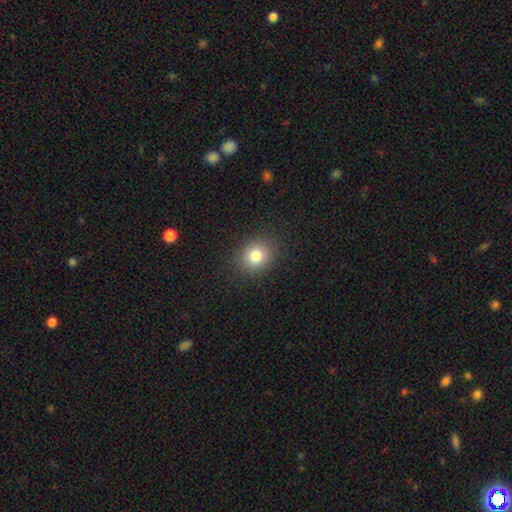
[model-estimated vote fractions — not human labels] A smooth galaxy with no disk features (81%) that is round (66%). Merging: none (89%).